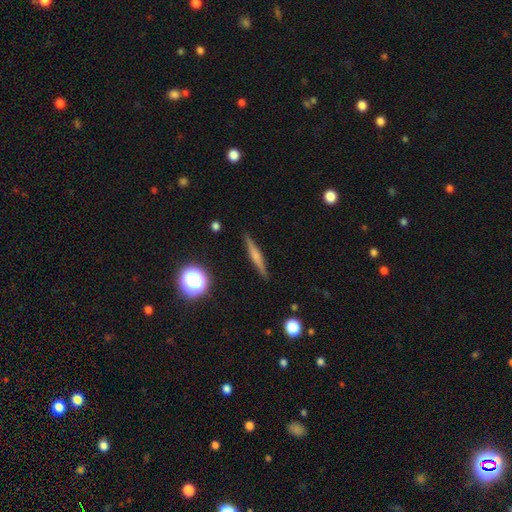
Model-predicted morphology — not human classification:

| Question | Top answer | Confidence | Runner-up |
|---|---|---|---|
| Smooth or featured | featured or disk | 52% | smooth (39%) |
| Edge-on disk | yes | 96% | no (4%) |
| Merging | none | 89% | minor disturbance (8%) |